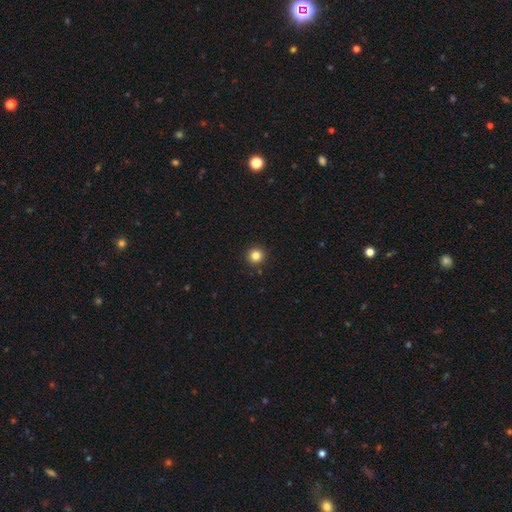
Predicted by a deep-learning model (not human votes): smooth_or_featured: smooth (p=0.84) [alt: star or artifact p=0.12]
how_rounded: round (p=0.96) [alt: in between p=0.03]
merging: none (p=0.93) [alt: minor disturbance p=0.04]